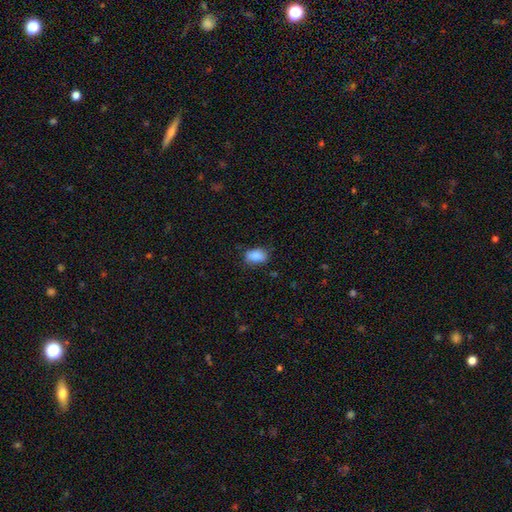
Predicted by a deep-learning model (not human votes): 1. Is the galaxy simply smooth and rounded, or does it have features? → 88% smooth, 8% star or artifact, 5% featured or disk.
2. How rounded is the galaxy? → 86% in between, 12% round, 2% cigar-shaped.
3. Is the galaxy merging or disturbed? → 74% none, 20% minor disturbance, 4% major disturbance, 1% merger.